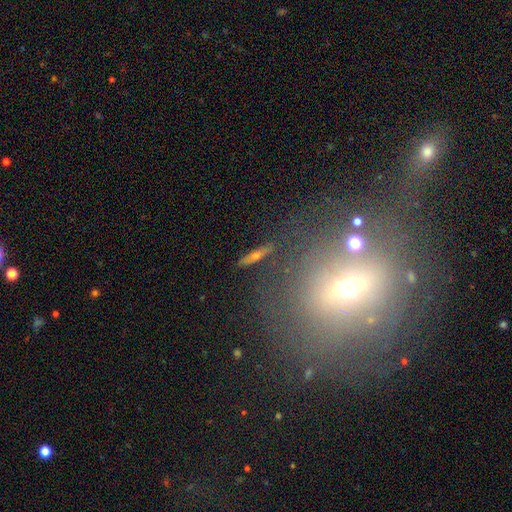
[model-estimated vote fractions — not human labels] Smooth or featured?
  - featured or disk: 42% *
  - smooth: 38%
  - star or artifact: 20%
Merging?
  - none: 81% *
  - minor disturbance: 11%
  - merger: 5%
  - major disturbance: 4%